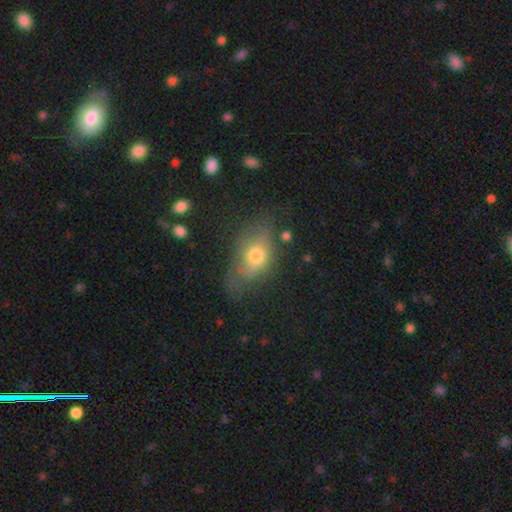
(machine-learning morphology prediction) Smooth or featured? smooth (63%)
How rounded? in between (81%)
Merging? none (48%)